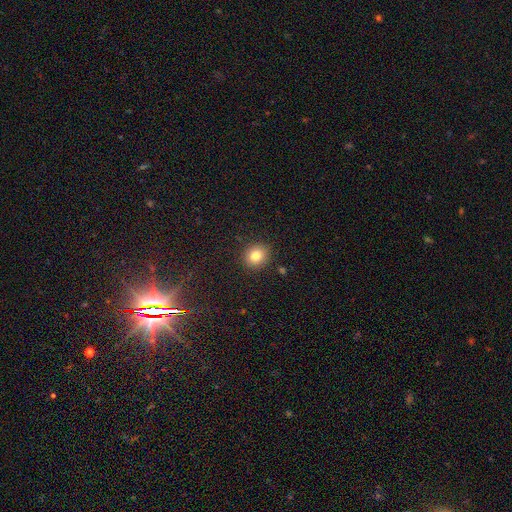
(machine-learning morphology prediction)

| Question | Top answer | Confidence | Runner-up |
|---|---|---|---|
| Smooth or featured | smooth | 81% | star or artifact (11%) |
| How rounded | round | 81% | in between (18%) |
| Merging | none | 90% | minor disturbance (7%) |